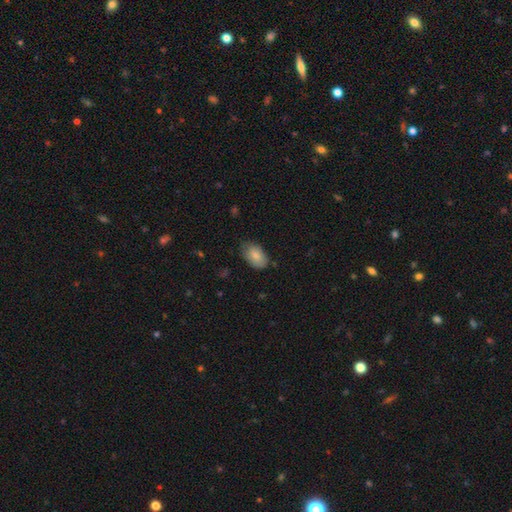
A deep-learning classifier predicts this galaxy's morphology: This appears to be a smooth galaxy with no disk features (85%) that is in between round and cigar-shaped (93%). Merging: none (71%).